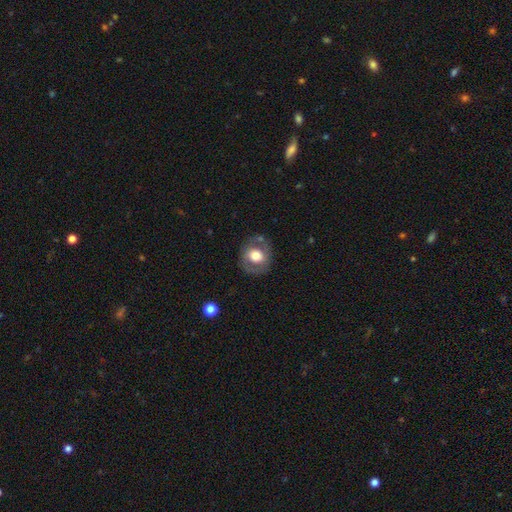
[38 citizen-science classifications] smooth 66%, featured or disk 29%, star or artifact 5%. Down the decision tree: how rounded — round (64%); merging — none (72%).